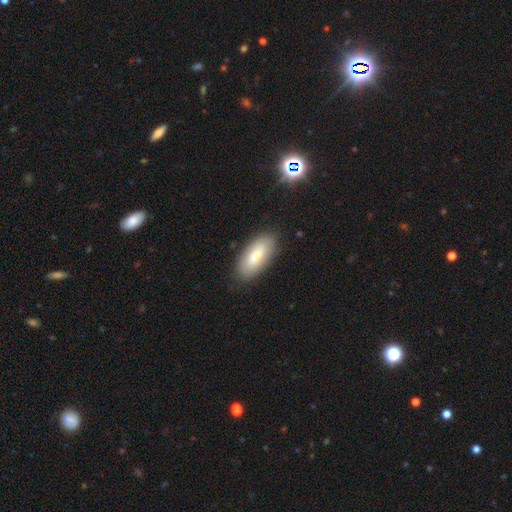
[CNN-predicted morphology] Smooth or featured: smooth — 78% (featured or disk — 15%)
How rounded: in between — 84% (cigar-shaped — 14%)
Merging: none — 83% (minor disturbance — 12%)